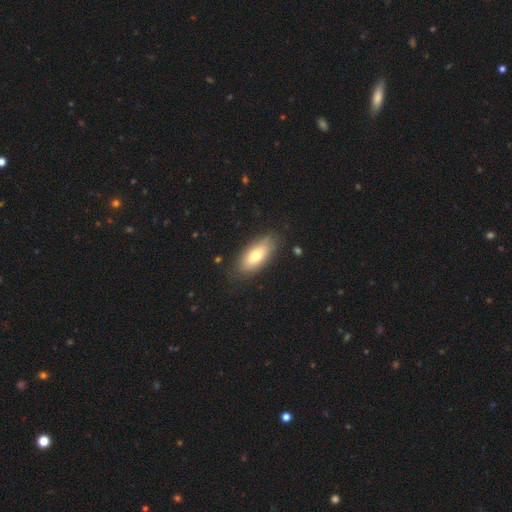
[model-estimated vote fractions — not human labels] A smooth galaxy with no disk features (70%) that is in between round and cigar-shaped (86%).

Vote fractions:
- Smooth or featured? smooth: 70% / featured or disk: 23% / star or artifact: 7%
- How rounded? in between: 86% / cigar-shaped: 11% / round: 3%
- Merging? none: 80% / minor disturbance: 15% / major disturbance: 4% / merger: 2%